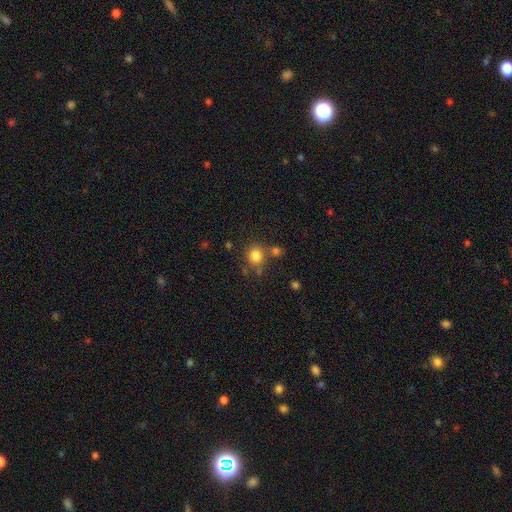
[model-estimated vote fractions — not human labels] A smooth galaxy with no disk features (81%) that is round (85%). Merging: none (68%).